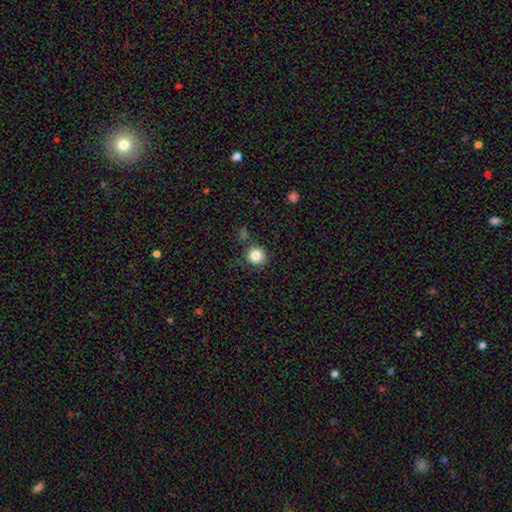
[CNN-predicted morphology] smooth_or_featured: smooth (p=0.84) [alt: star or artifact p=0.11]
how_rounded: round (p=0.92) [alt: in between p=0.07]
merging: none (p=0.84) [alt: minor disturbance p=0.09]